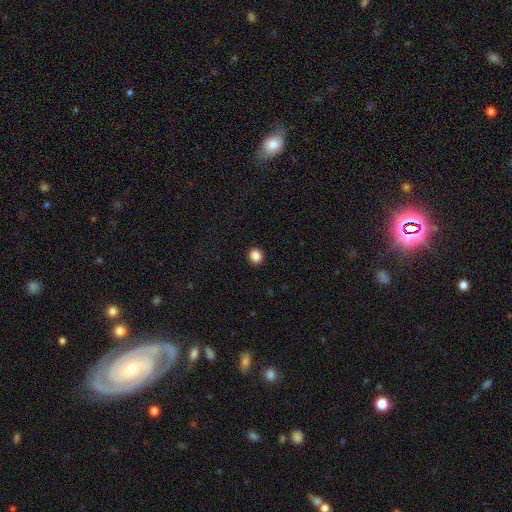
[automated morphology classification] smooth 87%, star or artifact 10%, featured or disk 3%. Down the decision tree: how rounded — round (84%); merging — none (93%).